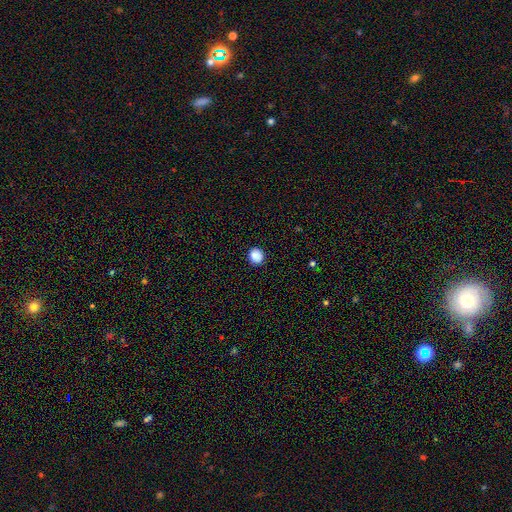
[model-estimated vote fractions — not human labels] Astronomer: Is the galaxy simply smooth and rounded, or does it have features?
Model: smooth — 88%.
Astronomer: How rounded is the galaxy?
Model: round — 83%.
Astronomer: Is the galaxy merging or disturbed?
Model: none — 90%.